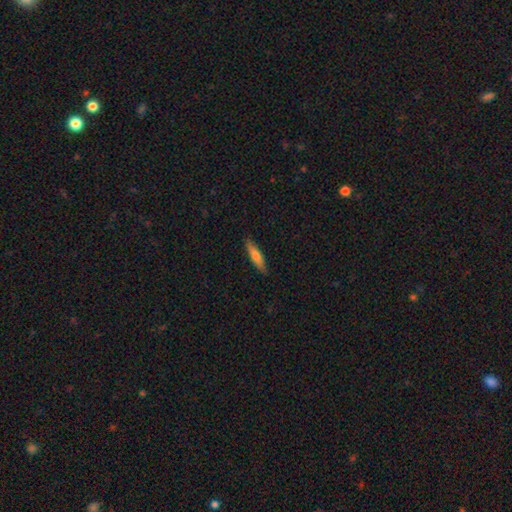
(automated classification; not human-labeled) Q: Smooth or featured?
A: smooth (71%); runner-up: featured or disk (24%)
Q: How rounded?
A: cigar-shaped (74%); runner-up: in between (24%)
Q: Merging?
A: none (88%); runner-up: minor disturbance (10%)